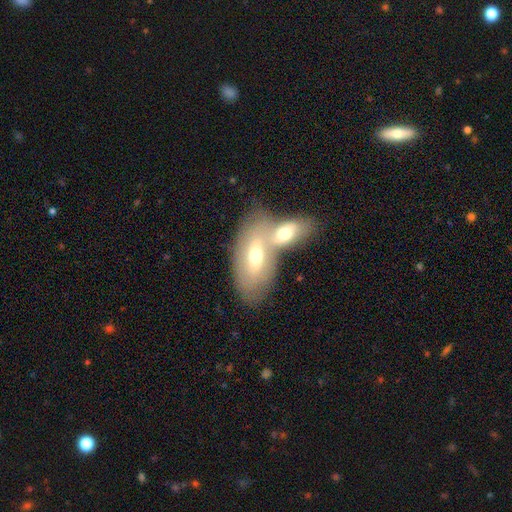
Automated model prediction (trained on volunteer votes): Q: Smooth or featured?
A: smooth (52%); runner-up: featured or disk (41%)
Q: How rounded?
A: in between (86%); runner-up: cigar-shaped (9%)
Q: Merging?
A: merger (61%); runner-up: none (27%)